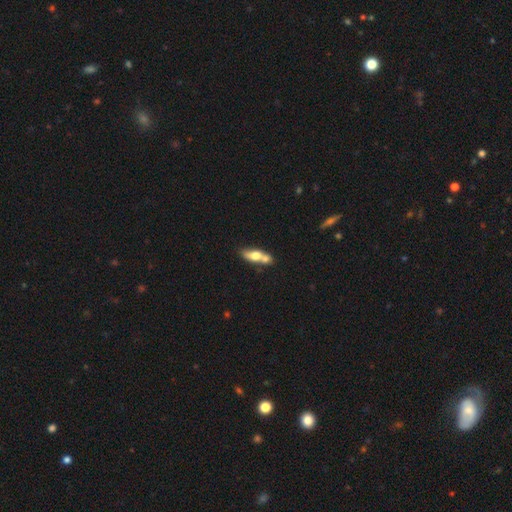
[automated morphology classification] type=smooth (61%); roundness=in between (61%); merging=merger (45%).